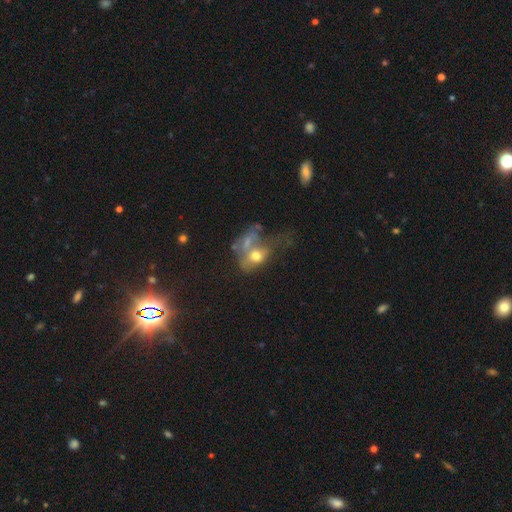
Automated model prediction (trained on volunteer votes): A smooth galaxy with no disk features (52%) that is in between round and cigar-shaped (59%). Merging: merger (38%).